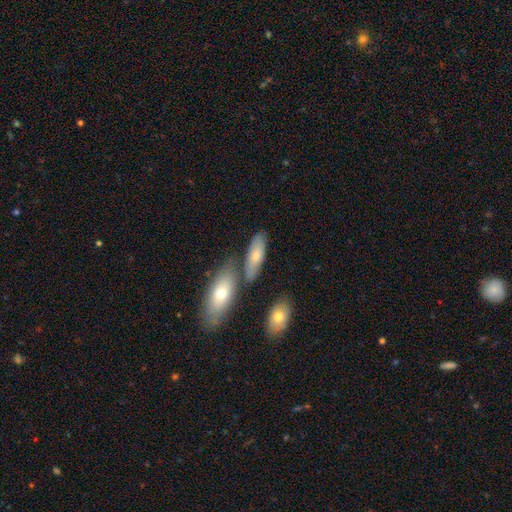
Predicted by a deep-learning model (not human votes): A smooth galaxy with no disk features (68%) that is in between round and cigar-shaped (71%).

Vote fractions:
- Smooth or featured? smooth: 68% / featured or disk: 26% / star or artifact: 7%
- How rounded? in between: 71% / cigar-shaped: 26% / round: 3%
- Merging? none: 59% / merger: 21% / minor disturbance: 15% / major disturbance: 5%